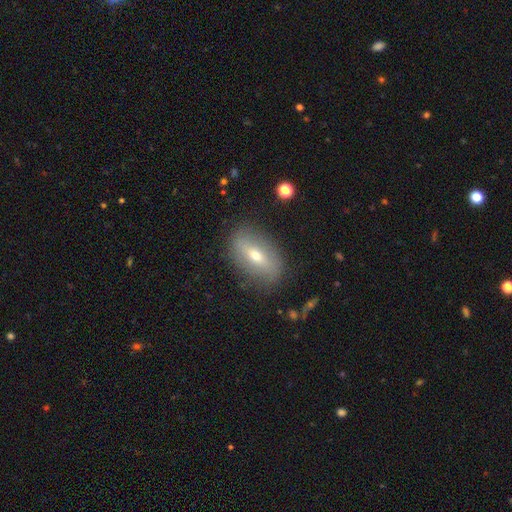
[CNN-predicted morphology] Smooth or featured? featured or disk (47%)
Merging? none (82%)